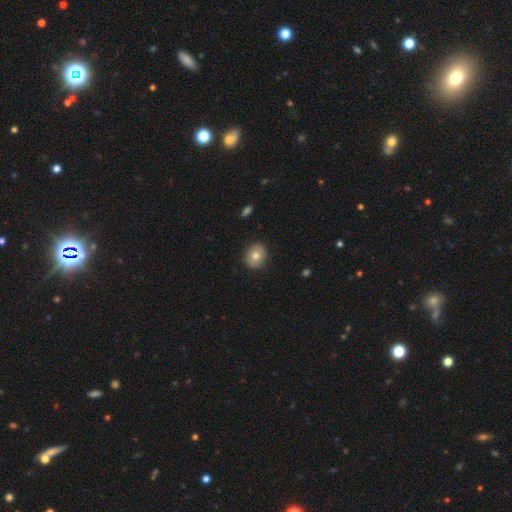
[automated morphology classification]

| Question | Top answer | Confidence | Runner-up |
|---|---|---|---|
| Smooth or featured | smooth | 77% | featured or disk (14%) |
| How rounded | round | 72% | in between (27%) |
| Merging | none | 88% | minor disturbance (9%) |